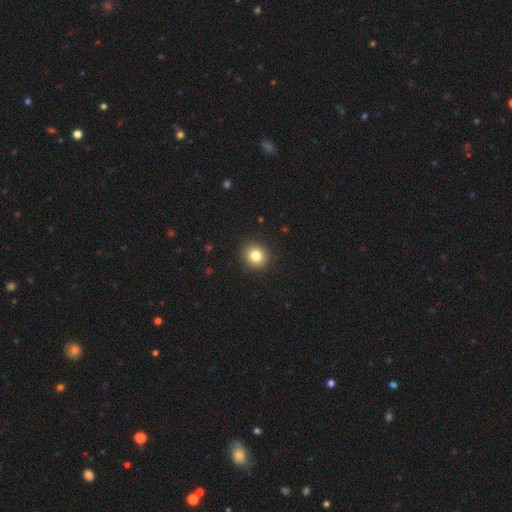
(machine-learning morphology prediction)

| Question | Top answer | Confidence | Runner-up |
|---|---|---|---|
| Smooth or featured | smooth | 82% | star or artifact (11%) |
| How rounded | round | 84% | in between (16%) |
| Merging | none | 91% | minor disturbance (6%) |